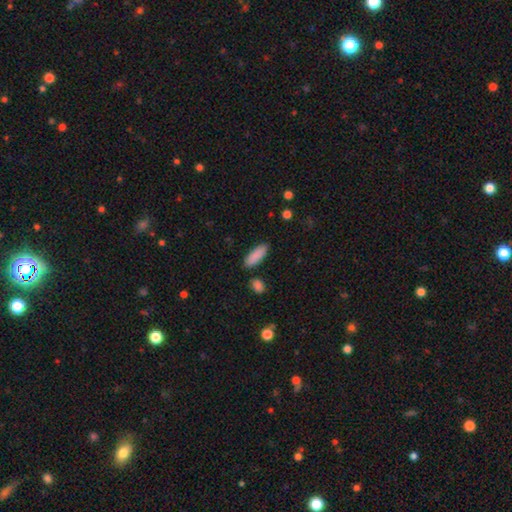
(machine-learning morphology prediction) A smooth galaxy with no disk features (89%) that is in between round and cigar-shaped (64%). Merging: none (84%).